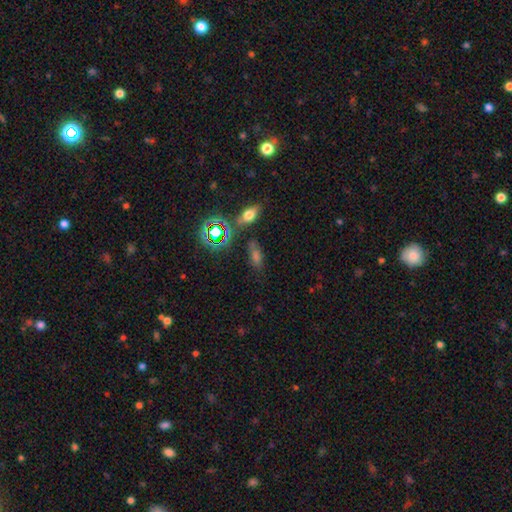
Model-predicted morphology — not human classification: Overall: smooth (52%; star or artifact 33%). How rounded: in between (67%). Merging: none (71%).